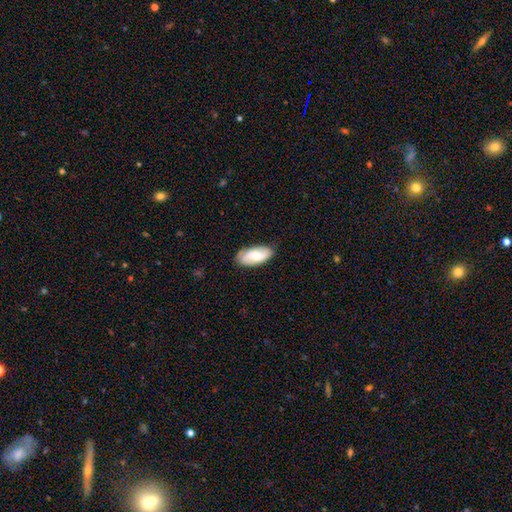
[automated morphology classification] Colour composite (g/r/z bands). It shows a smooth galaxy with no disk features (63%) that is in between round and cigar-shaped (89%). Merging: none (81%).